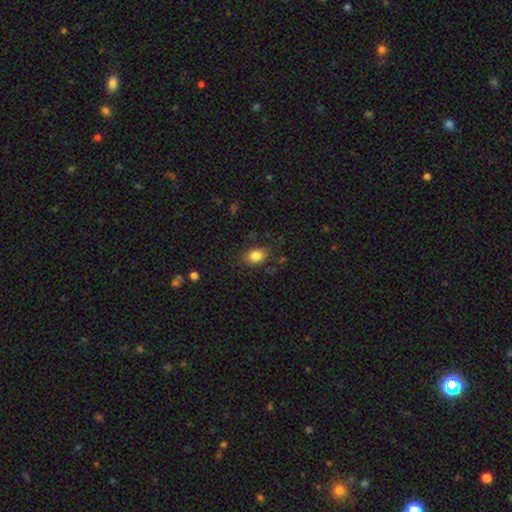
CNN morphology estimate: A smooth galaxy with no disk features (84%) that is in between round and cigar-shaped (76%).

Vote fractions:
- Smooth or featured? smooth: 84% / star or artifact: 9% / featured or disk: 7%
- How rounded? in between: 76% / round: 22% / cigar-shaped: 1%
- Merging? none: 80% / minor disturbance: 14% / major disturbance: 4% / merger: 2%